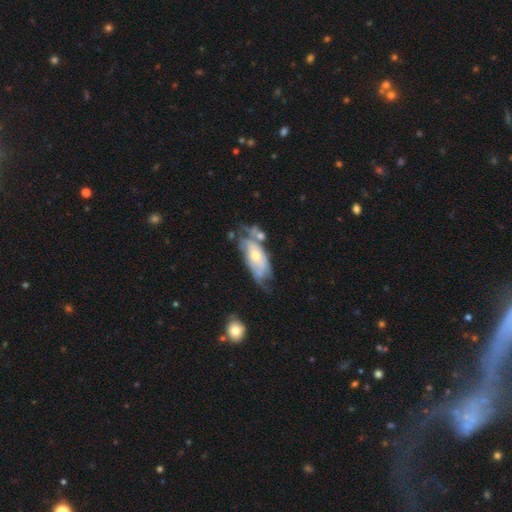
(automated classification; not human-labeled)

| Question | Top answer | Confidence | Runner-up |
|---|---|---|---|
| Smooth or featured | featured or disk | 65% | smooth (28%) |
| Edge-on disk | no | 88% | yes (12%) |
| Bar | no | 78% | weak (17%) |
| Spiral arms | yes | 66% | no (34%) |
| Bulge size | moderate | 49% | small (47%) |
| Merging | none | 38% | minor disturbance (27%) |